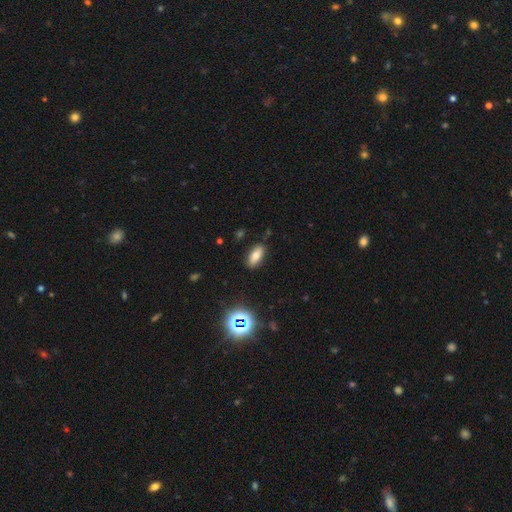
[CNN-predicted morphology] type=smooth (73%); roundness=in between (84%); merging=none (86%).